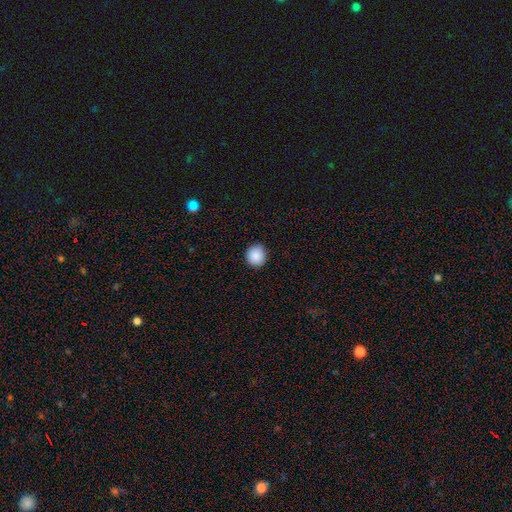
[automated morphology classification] type=smooth (89%); roundness=round (91%); merging=none (91%).